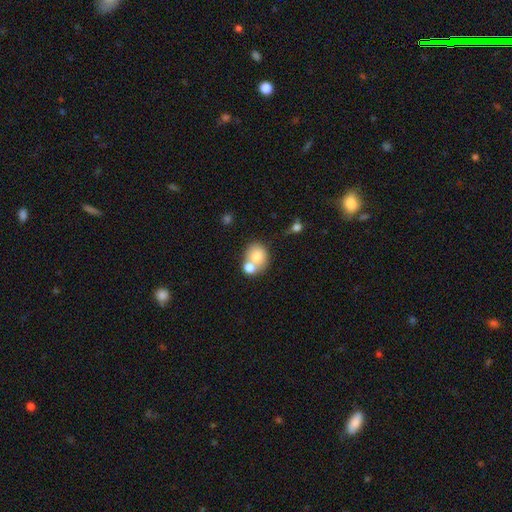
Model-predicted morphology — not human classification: This is likely a smooth galaxy (75%). How rounded: likely round (68%). Merging: marginally none (44%).